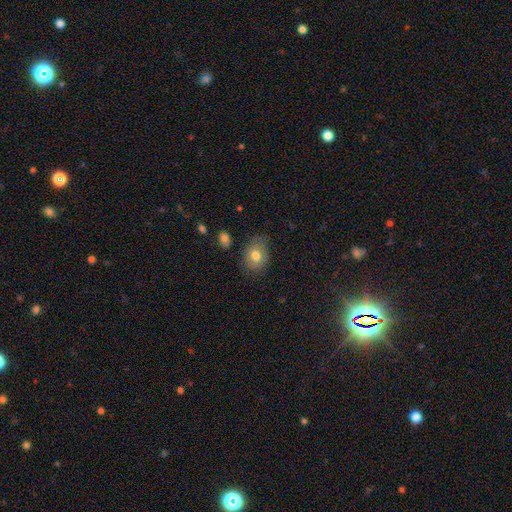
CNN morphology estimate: Smooth or featured?
  - smooth: 75% *
  - featured or disk: 16%
  - star or artifact: 9%
How rounded?
  - in between: 59% *
  - round: 40%
  - cigar-shaped: 1%
Merging?
  - none: 75% *
  - minor disturbance: 19%
  - major disturbance: 4%
  - merger: 2%